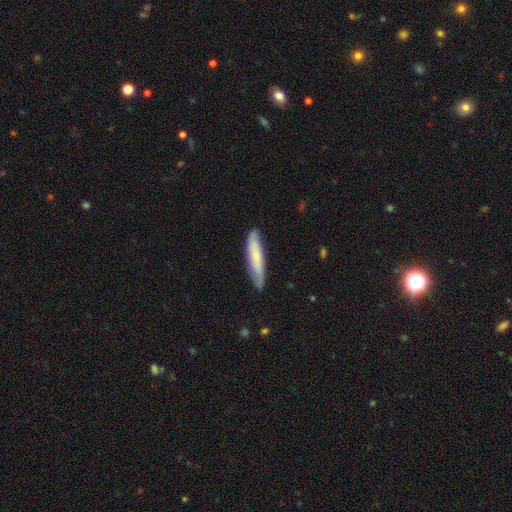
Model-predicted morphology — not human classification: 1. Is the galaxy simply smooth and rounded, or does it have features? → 65% smooth, 29% featured or disk, 6% star or artifact.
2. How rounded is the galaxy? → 84% cigar-shaped, 15% in between, 1% round.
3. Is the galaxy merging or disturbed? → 81% none, 15% minor disturbance, 3% major disturbance, 1% merger.